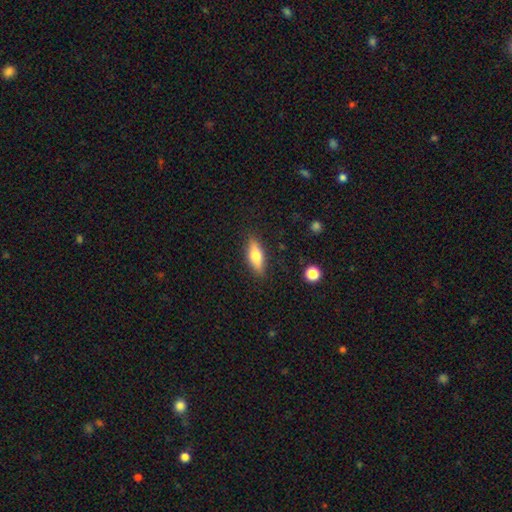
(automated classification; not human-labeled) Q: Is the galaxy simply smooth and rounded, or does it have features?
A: smooth — 66%.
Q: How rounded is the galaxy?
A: in between — 63%.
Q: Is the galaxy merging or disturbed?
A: none — 86%.